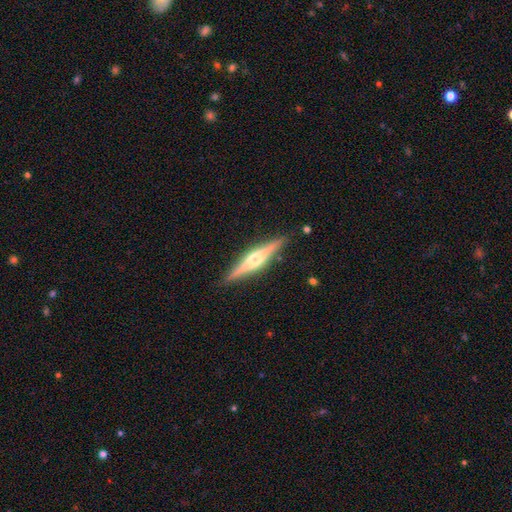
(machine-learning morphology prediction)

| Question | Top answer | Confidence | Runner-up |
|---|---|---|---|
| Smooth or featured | featured or disk | 73% | smooth (21%) |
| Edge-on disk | yes | 97% | no (3%) |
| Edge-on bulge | rounded | 89% | boxy (7%) |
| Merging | none | 89% | minor disturbance (8%) |